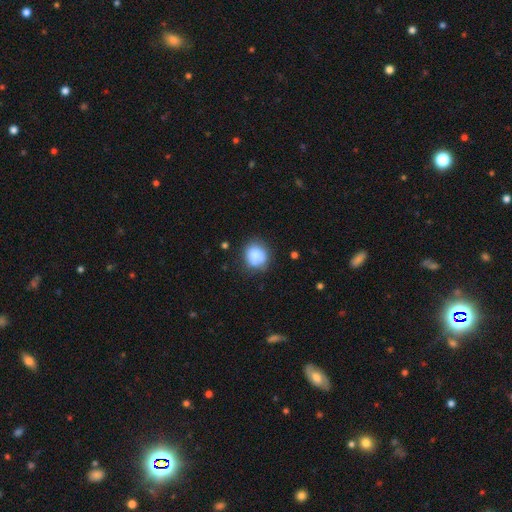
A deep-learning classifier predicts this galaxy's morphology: Smooth or featured? Predicted: smooth (p=0.83). How rounded? Predicted: round (p=0.78). Merging? Predicted: none (p=0.71).